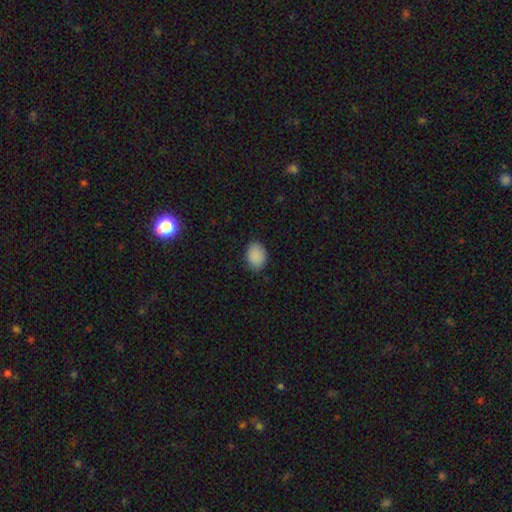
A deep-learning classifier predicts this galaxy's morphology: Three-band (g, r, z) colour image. It shows a smooth galaxy with no disk features (89%) that is in between round and cigar-shaped (70%). Merging: none (82%).